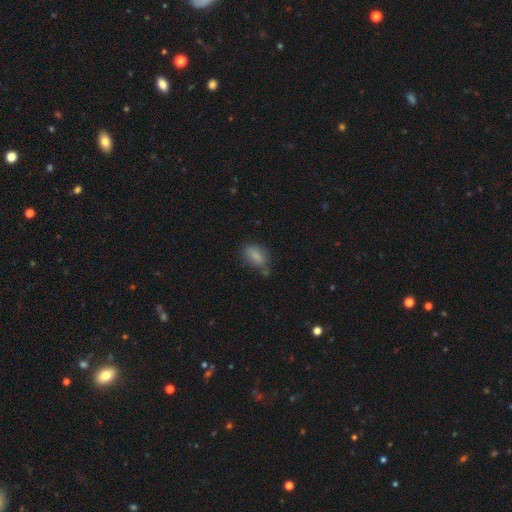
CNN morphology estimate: smooth_or_featured: smooth (p=0.82) [alt: featured or disk p=0.10]
how_rounded: in between (p=0.84) [alt: round p=0.10]
merging: none (p=0.63) [alt: minor disturbance p=0.24]